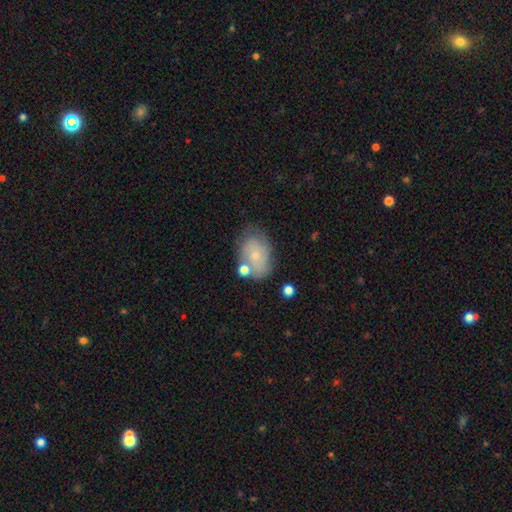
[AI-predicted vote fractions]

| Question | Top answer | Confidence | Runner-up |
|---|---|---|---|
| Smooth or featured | smooth | 63% | featured or disk (28%) |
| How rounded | in between | 79% | round (19%) |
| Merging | none | 55% | minor disturbance (24%) |